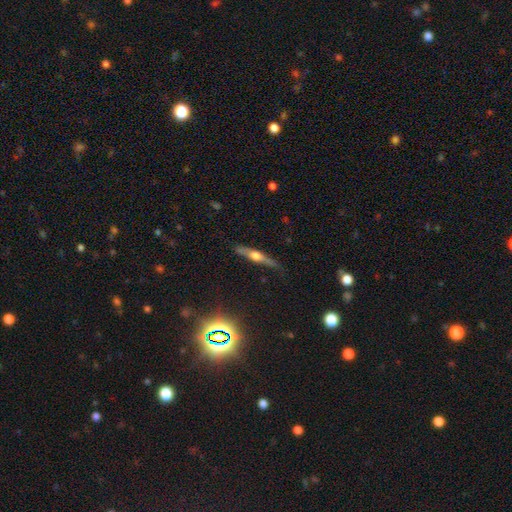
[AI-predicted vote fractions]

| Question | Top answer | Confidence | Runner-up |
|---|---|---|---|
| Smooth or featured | featured or disk | 61% | smooth (31%) |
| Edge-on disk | yes | 94% | no (6%) |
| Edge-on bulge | rounded | 88% | boxy (7%) |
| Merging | none | 78% | minor disturbance (17%) |